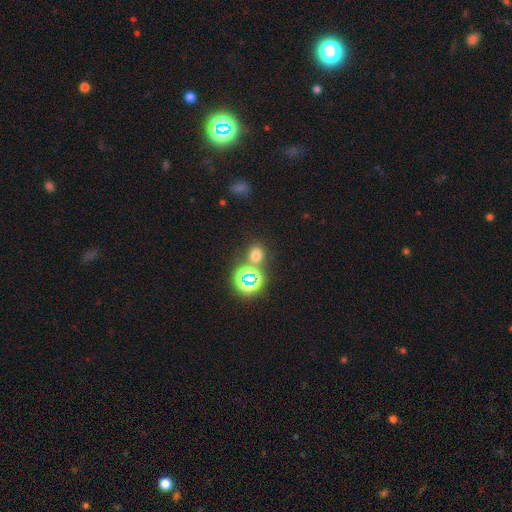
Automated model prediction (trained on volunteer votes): This is likely a smooth galaxy (61%). How rounded: likely round (66%). Merging: likely none (72%).